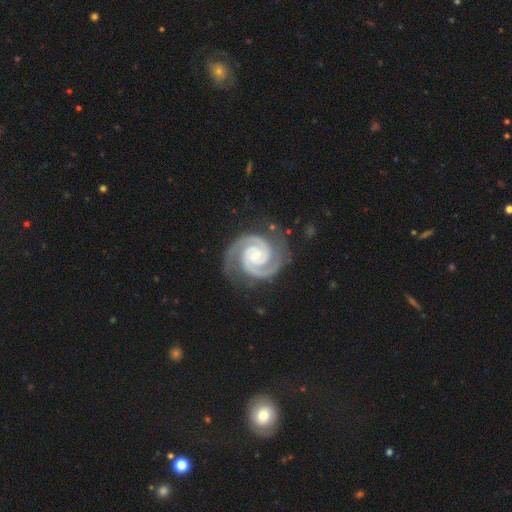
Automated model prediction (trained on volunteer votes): Morphology: type=featured or disk (94%); edge-on=no (98%); bar=weak (42%); spiral arms=yes (99%); winding=tight (70%); arm count=2 (91%); bulge=small (50%); merging=none (78%).